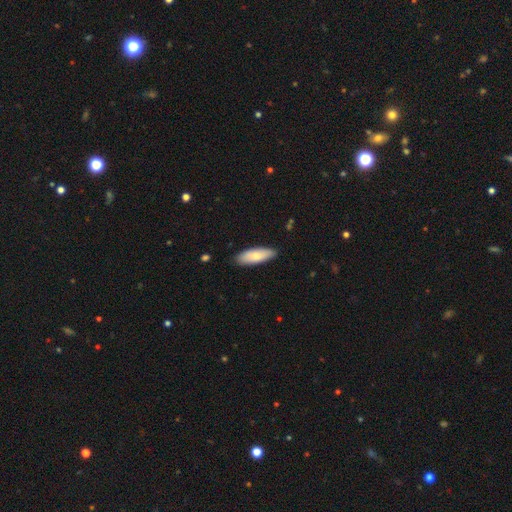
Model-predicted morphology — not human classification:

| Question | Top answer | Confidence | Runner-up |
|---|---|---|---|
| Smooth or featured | smooth | 76% | featured or disk (19%) |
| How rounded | in between | 64% | cigar-shaped (34%) |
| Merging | none | 86% | minor disturbance (11%) |